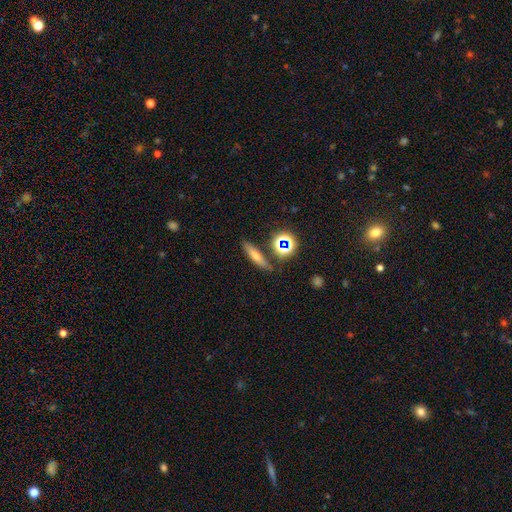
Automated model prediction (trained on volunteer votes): Morphology: type=smooth (46%); merging=none (81%).